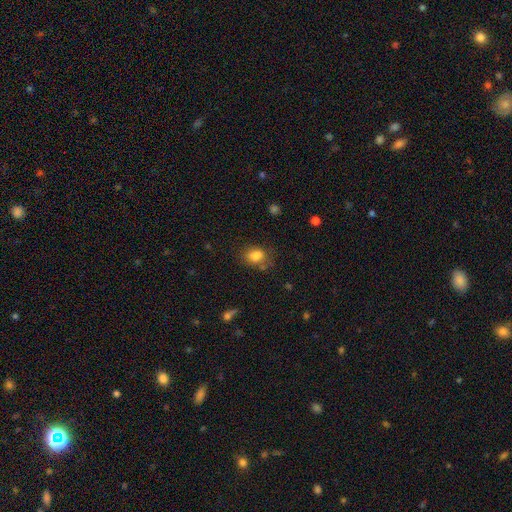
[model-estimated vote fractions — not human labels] The model was most divided on "how rounded": in between: 67%, round: 31%, cigar-shaped: 1%. More confident: smooth or featured — smooth (82%); merging — none (65%).